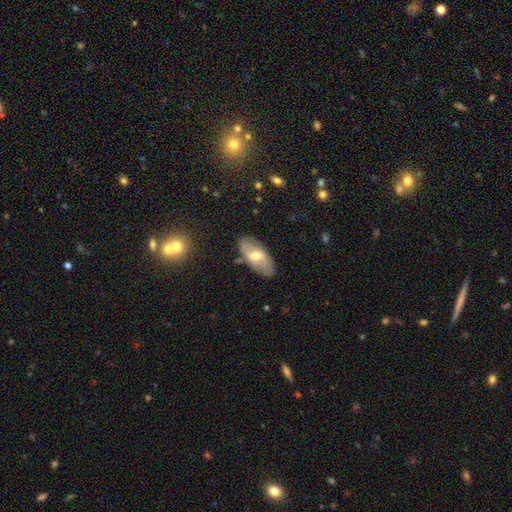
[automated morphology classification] Overall: featured or disk (53%; smooth 40%). Edge-on disk: no (87%). Merging: none (82%).